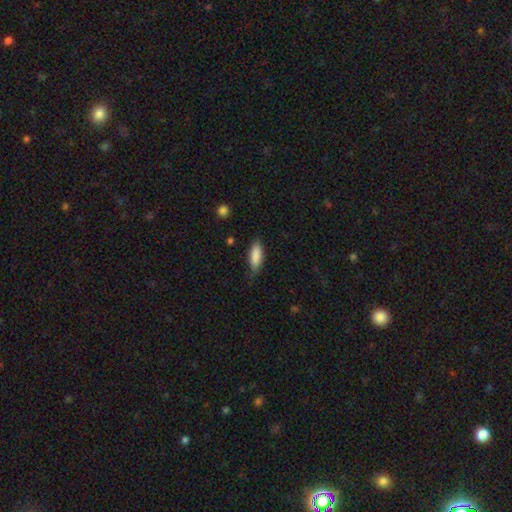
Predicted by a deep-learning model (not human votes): This is clearly a smooth galaxy (87%). How rounded: likely in between (64%). Merging: likely none (70%).